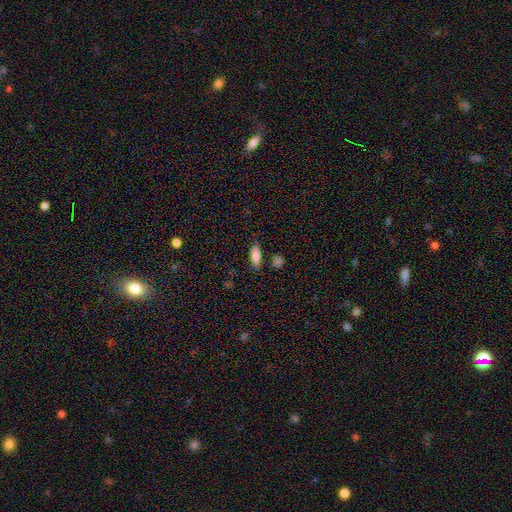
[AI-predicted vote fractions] Morphology: type=smooth (83%); roundness=in between (71%); merging=none (81%).